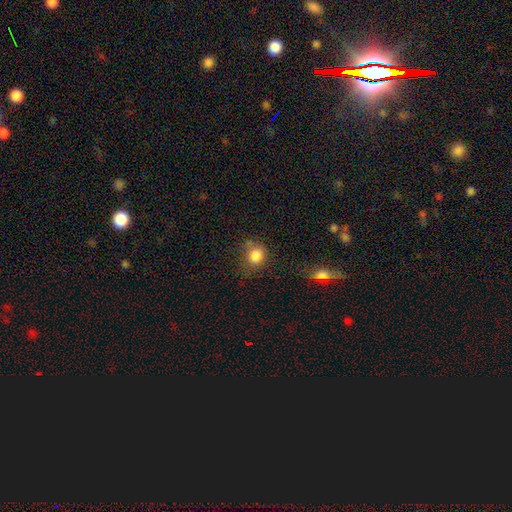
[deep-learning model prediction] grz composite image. It shows a smooth galaxy with no disk features (84%) that is round (68%). Merging: none (60%).